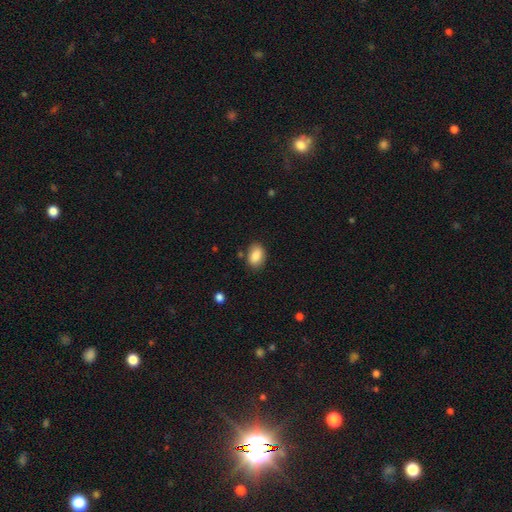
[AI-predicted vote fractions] Q: Smooth or featured?
A: smooth (87%); runner-up: star or artifact (8%)
Q: How rounded?
A: in between (82%); runner-up: round (17%)
Q: Merging?
A: none (80%); runner-up: minor disturbance (14%)